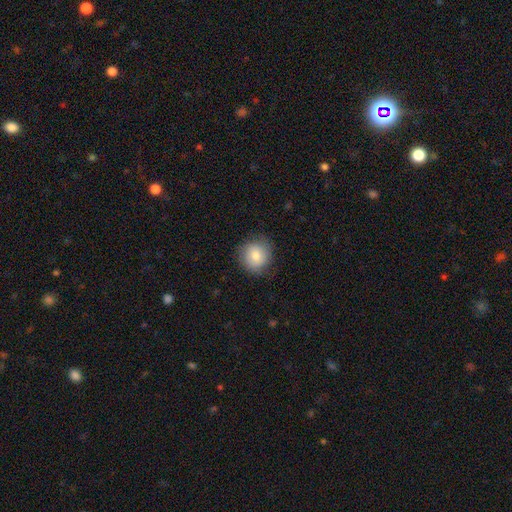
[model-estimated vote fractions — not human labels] The model was most divided on "smooth or featured": smooth: 78%, featured or disk: 14%, star or artifact: 8%. More confident: how rounded — round (90%); merging — none (81%).